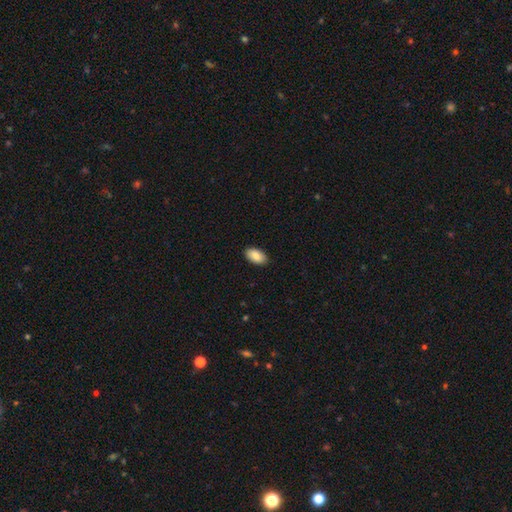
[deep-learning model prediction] smooth-or-featured: smooth: 87% | star or artifact: 7% | featured or disk: 6%
  how-rounded: in between: 95% | round: 3% | cigar-shaped: 2%
  merging: none: 89% | minor disturbance: 9% | major disturbance: 2% | merger: 1%